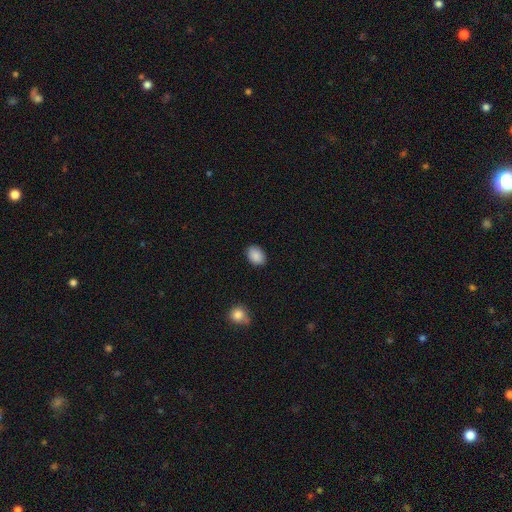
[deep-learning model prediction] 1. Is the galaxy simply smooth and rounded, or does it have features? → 90% smooth, 7% star or artifact, 3% featured or disk.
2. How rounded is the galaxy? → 74% in between, 25% round, 1% cigar-shaped.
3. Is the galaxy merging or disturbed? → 89% none, 8% minor disturbance, 2% major disturbance, 1% merger.